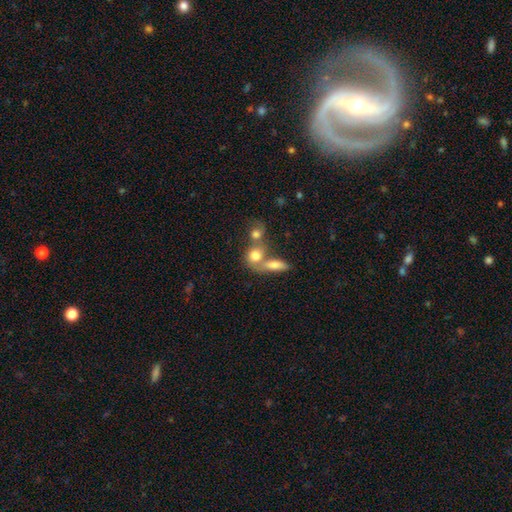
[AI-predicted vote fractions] smooth-or-featured: smooth: 75% | featured or disk: 15% | star or artifact: 9%
  how-rounded: round: 51% | in between: 43% | cigar-shaped: 6%
  merging: merger: 57% | none: 30% | minor disturbance: 8% | major disturbance: 6%